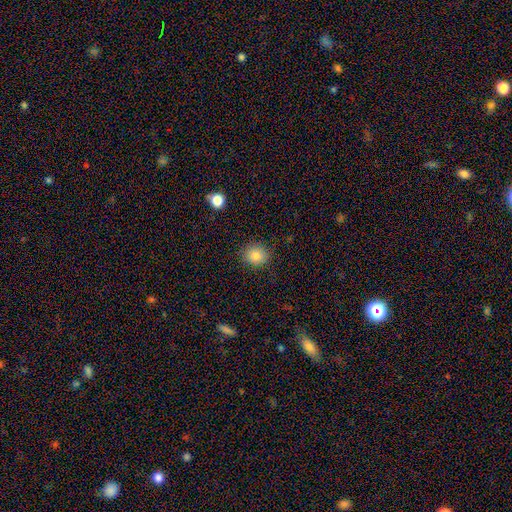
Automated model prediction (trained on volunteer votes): A smooth galaxy with no disk features (84%) that is round (78%).

Vote fractions:
- Smooth or featured? smooth: 84% / star or artifact: 10% / featured or disk: 6%
- How rounded? round: 78% / in between: 21% / cigar-shaped: 1%
- Merging? none: 88% / minor disturbance: 8% / major disturbance: 3% / merger: 1%